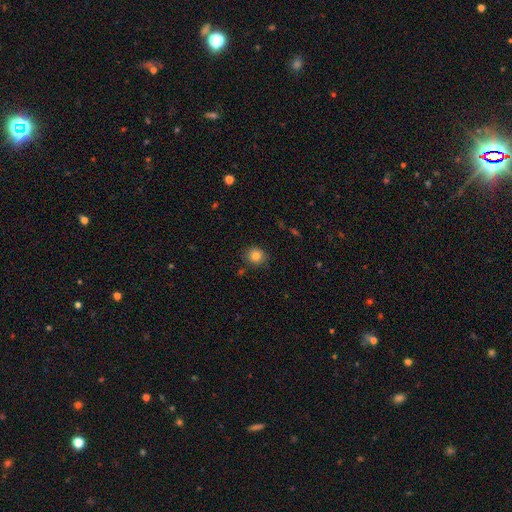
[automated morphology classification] smooth 82%, star or artifact 11%, featured or disk 7%. Down the decision tree: how rounded — round (79%); merging — none (85%).